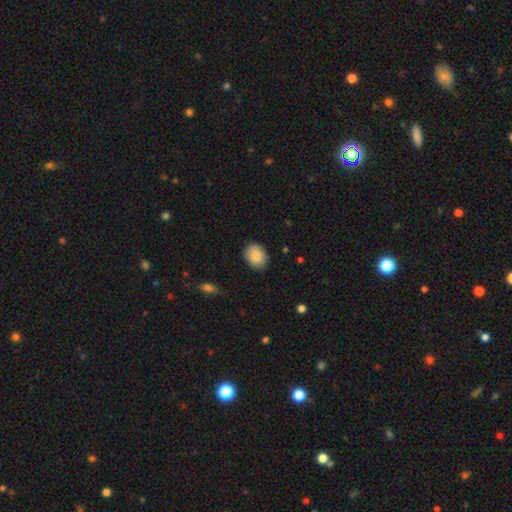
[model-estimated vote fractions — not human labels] Smooth or featured? Predicted: smooth (p=0.89). How rounded? Predicted: in between (p=0.55). Merging? Predicted: none (p=0.86).